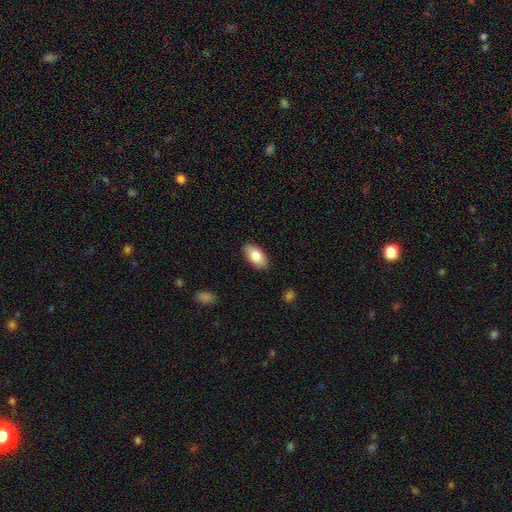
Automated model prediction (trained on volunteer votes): The model was most divided on "smooth or featured": smooth: 81%, featured or disk: 12%, star or artifact: 6%. More confident: how rounded — in between (94%); merging — none (88%).